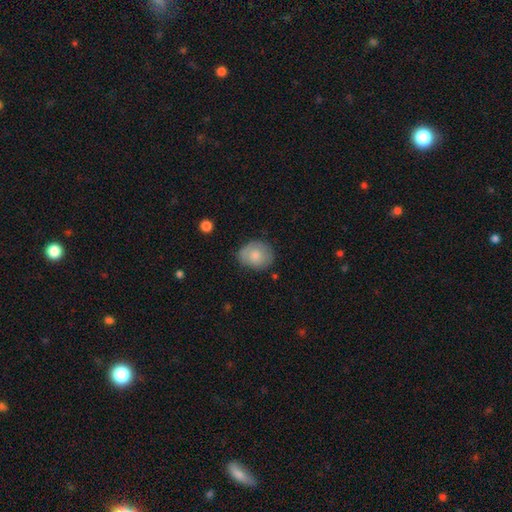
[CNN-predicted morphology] Smooth or featured?
  - smooth: 71% *
  - featured or disk: 22%
  - star or artifact: 7%
How rounded?
  - round: 57% *
  - in between: 42%
  - cigar-shaped: 1%
Merging?
  - none: 70% *
  - minor disturbance: 23%
  - major disturbance: 6%
  - merger: 2%